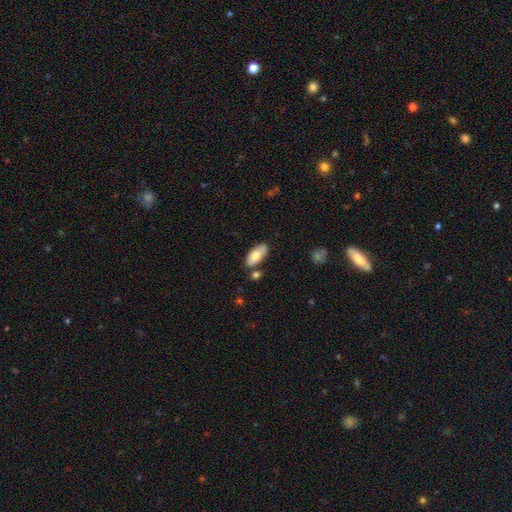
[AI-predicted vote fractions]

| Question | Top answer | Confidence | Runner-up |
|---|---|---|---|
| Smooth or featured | smooth | 71% | featured or disk (23%) |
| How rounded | in between | 90% | cigar-shaped (8%) |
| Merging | none | 78% | minor disturbance (12%) |